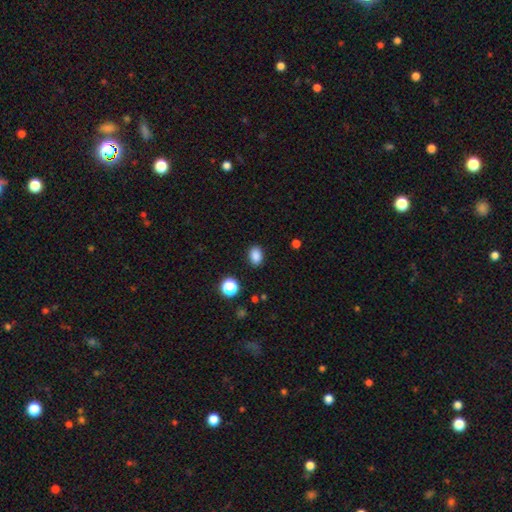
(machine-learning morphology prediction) smooth-or-featured: smooth: 86% | star or artifact: 11% | featured or disk: 3%
  how-rounded: in between: 74% | round: 25% | cigar-shaped: 1%
  merging: none: 88% | minor disturbance: 8% | major disturbance: 2% | merger: 1%